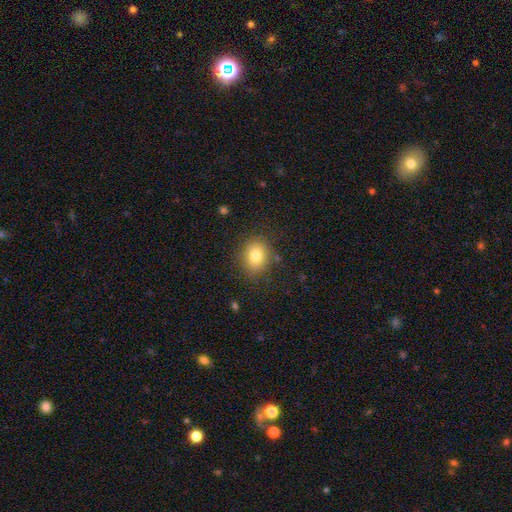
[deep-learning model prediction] A smooth galaxy with no disk features (80%) that is round (60%). Merging: none (84%).